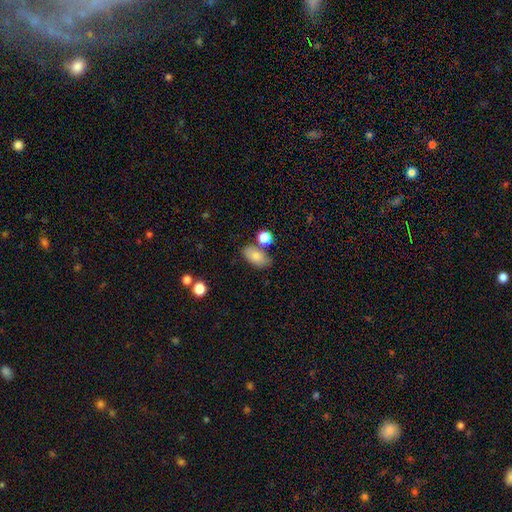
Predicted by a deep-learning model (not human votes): Smooth or featured?
  - smooth: 81% *
  - featured or disk: 11%
  - star or artifact: 8%
How rounded?
  - in between: 90% *
  - round: 7%
  - cigar-shaped: 3%
Merging?
  - none: 66% *
  - minor disturbance: 16%
  - merger: 13%
  - major disturbance: 5%